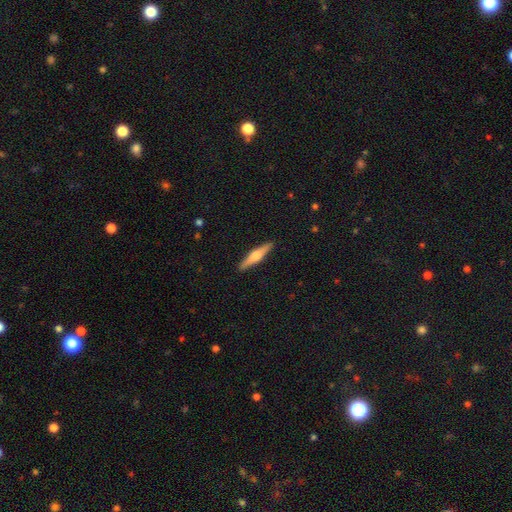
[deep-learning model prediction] Smooth or featured?
  - featured or disk: 56% *
  - smooth: 39%
  - star or artifact: 5%
Edge-on disk?
  - yes: 97% *
  - no: 3%
Edge-on bulge?
  - rounded: 89% *
  - boxy: 7%
  - none: 4%
Merging?
  - none: 91% *
  - minor disturbance: 6%
  - major disturbance: 1%
  - merger: 1%